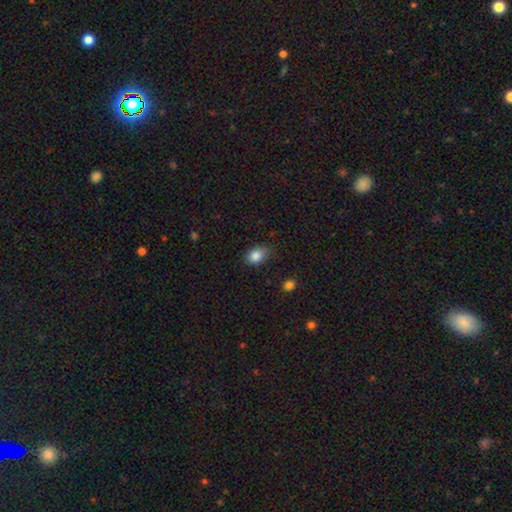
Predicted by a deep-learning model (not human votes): smooth-or-featured: smooth: 86% | star or artifact: 9% | featured or disk: 5%
  how-rounded: in between: 74% | round: 25% | cigar-shaped: 1%
  merging: none: 69% | minor disturbance: 25% | major disturbance: 5% | merger: 1%